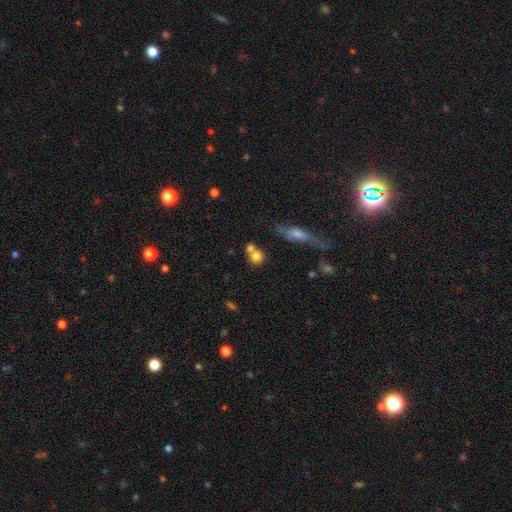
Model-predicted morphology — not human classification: smooth_or_featured: smooth (p=0.77) [alt: featured or disk p=0.13]
how_rounded: round (p=0.82) [alt: in between p=0.16]
merging: none (p=0.44) [alt: merger p=0.43]